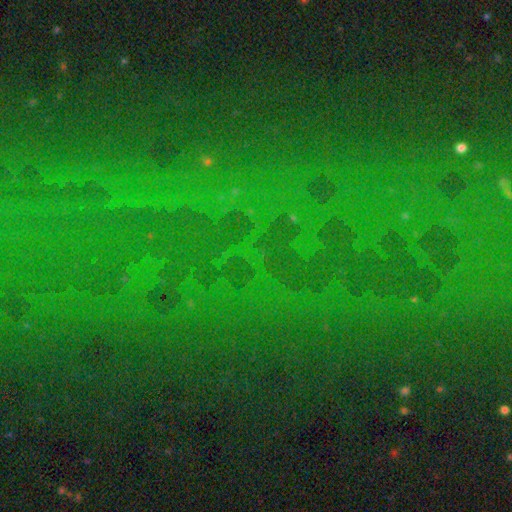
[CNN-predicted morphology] Smooth or featured? Predicted: star or artifact (p=0.81).